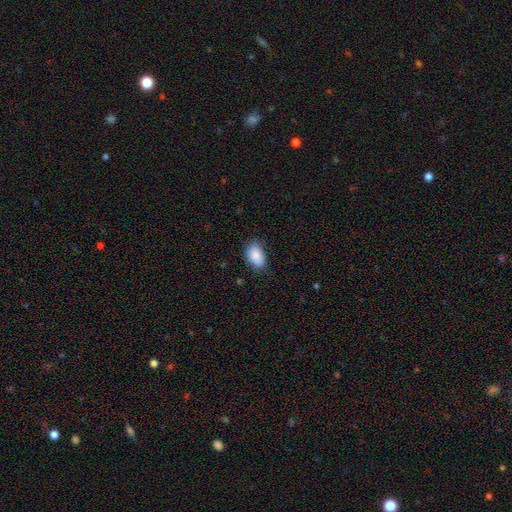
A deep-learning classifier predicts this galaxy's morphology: Smooth or featured? smooth (86%)
How rounded? in between (91%)
Merging? none (75%)